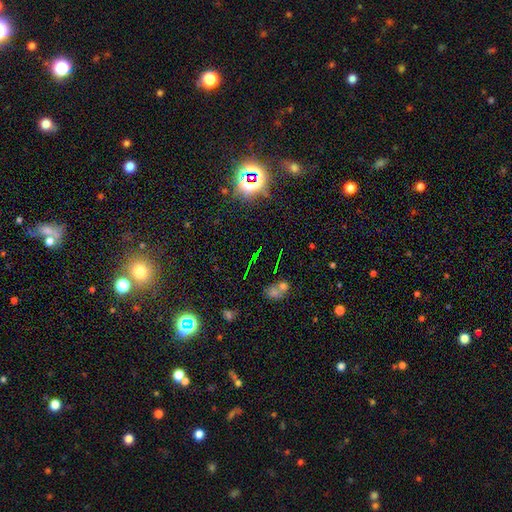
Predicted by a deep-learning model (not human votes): Smooth or featured?
  - star or artifact: 66% *
  - smooth: 21%
  - featured or disk: 13%